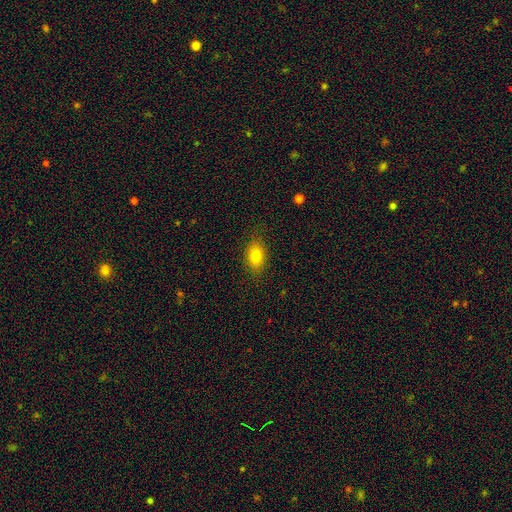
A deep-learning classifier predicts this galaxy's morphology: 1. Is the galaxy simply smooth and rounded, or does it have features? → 81% smooth, 10% featured or disk, 9% star or artifact.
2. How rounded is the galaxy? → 84% in between, 13% round, 2% cigar-shaped.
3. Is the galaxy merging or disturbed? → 84% none, 12% minor disturbance, 3% major disturbance, 1% merger.